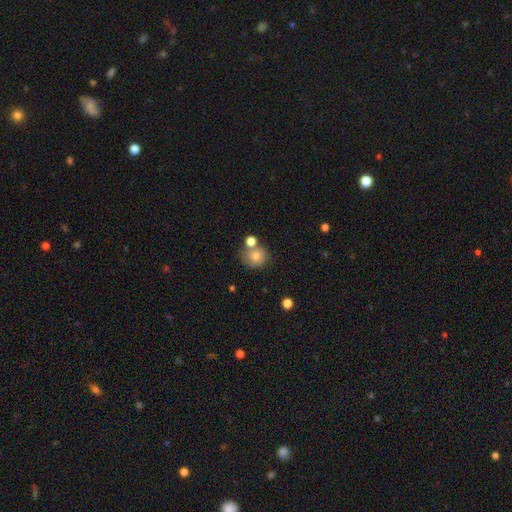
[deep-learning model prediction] The model was most divided on "merging": none: 57%, merger: 25%, minor disturbance: 13%, major disturbance: 5%. More confident: how rounded — round (86%); smooth or featured — smooth (76%).